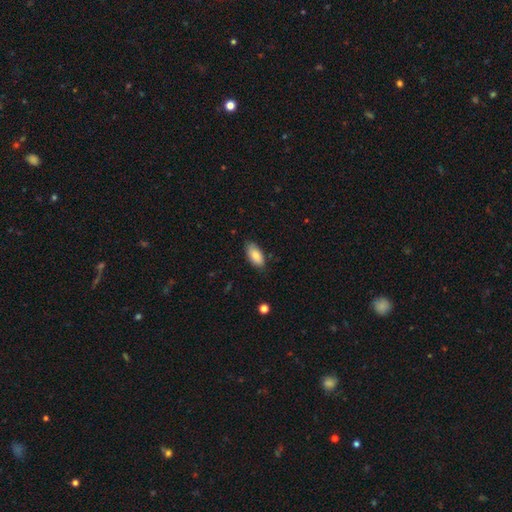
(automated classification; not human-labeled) smooth 84%, featured or disk 9%, star or artifact 7%. Down the decision tree: how rounded — in between (92%); merging — none (78%).